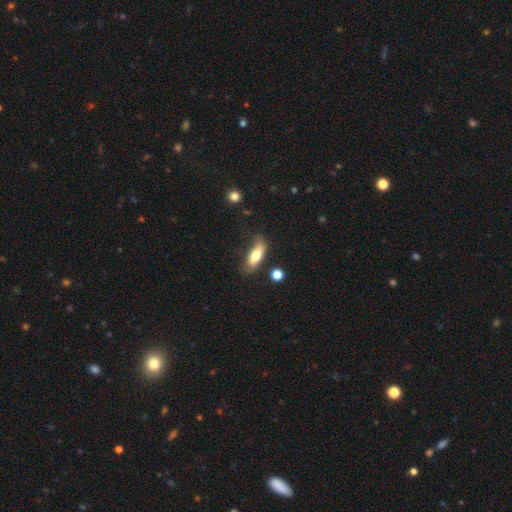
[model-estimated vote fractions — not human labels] This is likely a smooth galaxy (71%). How rounded: likely in between (67%). Merging: possibly none (57%).